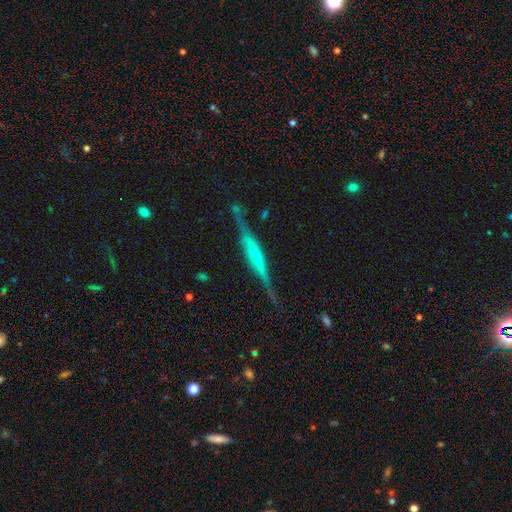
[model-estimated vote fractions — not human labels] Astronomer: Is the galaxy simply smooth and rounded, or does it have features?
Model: featured or disk — 75%.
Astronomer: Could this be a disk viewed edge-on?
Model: yes — 96%.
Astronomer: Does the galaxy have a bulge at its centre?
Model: none — 42% (runner-up: rounded, 29%).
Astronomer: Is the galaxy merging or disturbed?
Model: none — 78%.